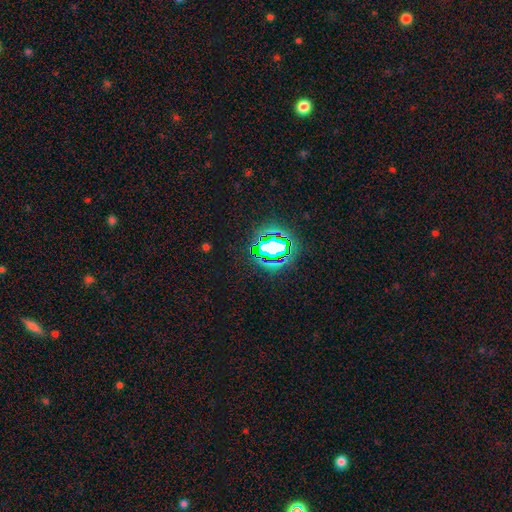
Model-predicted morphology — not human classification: Overall: star or artifact (79%).